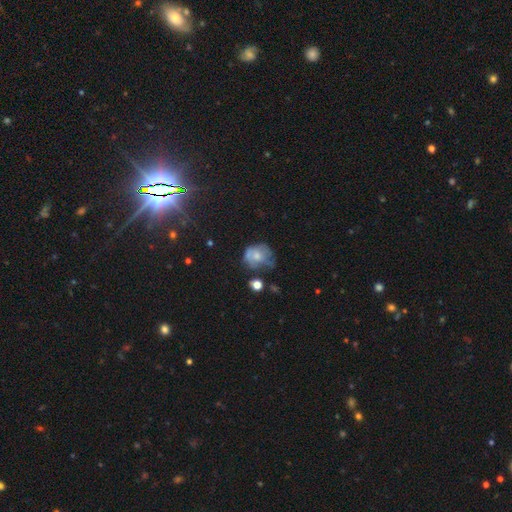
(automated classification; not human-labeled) A smooth galaxy with no disk features (54%) that is round (65%).

Vote fractions:
- Smooth or featured? smooth: 54% / featured or disk: 35% / star or artifact: 11%
- How rounded? round: 65% / in between: 34% / cigar-shaped: 1%
- Merging? none: 36% / minor disturbance: 32% / major disturbance: 25% / merger: 7%